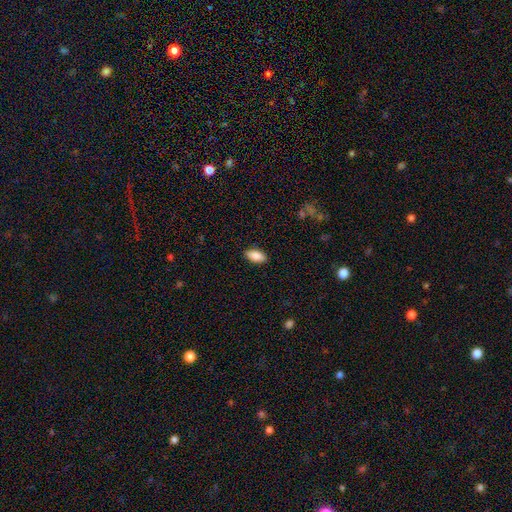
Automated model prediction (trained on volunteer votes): Overall: smooth (87%). How rounded: in between (91%). Merging: none (89%).